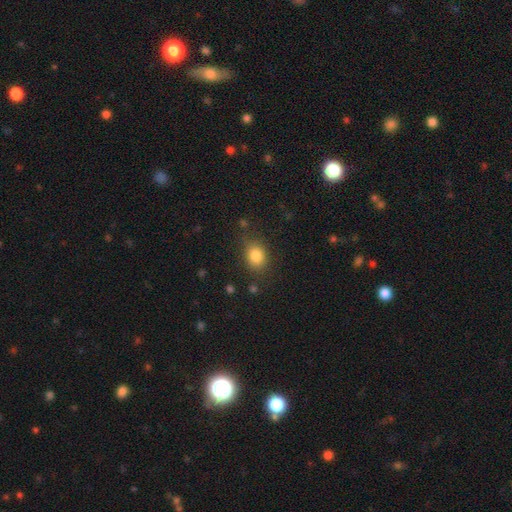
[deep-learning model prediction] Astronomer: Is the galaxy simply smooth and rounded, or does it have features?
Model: smooth — 84%.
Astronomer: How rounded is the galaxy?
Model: in between — 53% (runner-up: round, 46%).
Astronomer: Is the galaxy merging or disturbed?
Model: none — 75%.